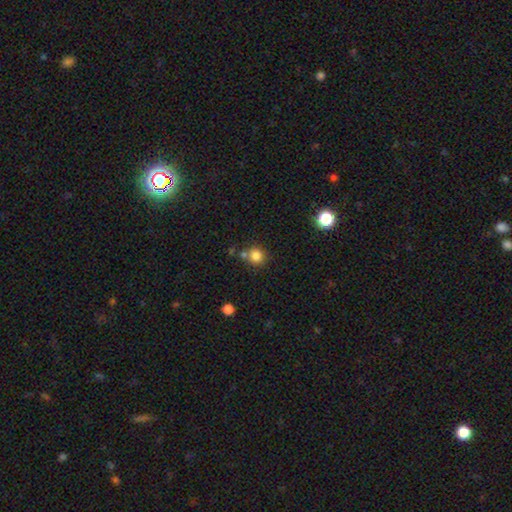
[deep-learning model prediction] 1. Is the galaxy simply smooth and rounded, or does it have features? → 82% smooth, 12% star or artifact, 6% featured or disk.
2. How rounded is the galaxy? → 91% round, 8% in between, 1% cigar-shaped.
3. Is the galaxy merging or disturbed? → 70% none, 17% merger, 10% minor disturbance, 3% major disturbance.